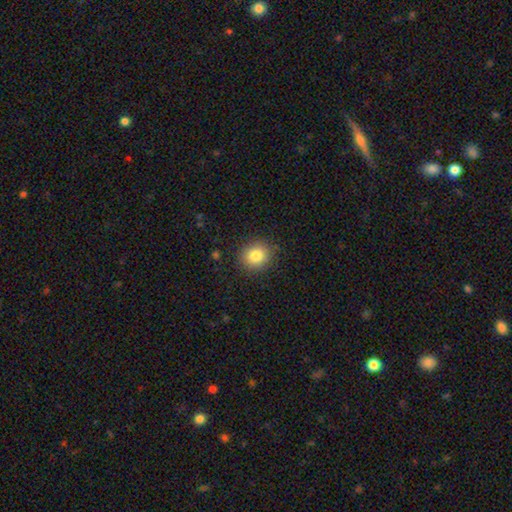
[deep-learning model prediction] Q: Smooth or featured?
A: smooth (82%); runner-up: star or artifact (10%)
Q: How rounded?
A: round (79%); runner-up: in between (20%)
Q: Merging?
A: none (89%); runner-up: minor disturbance (8%)